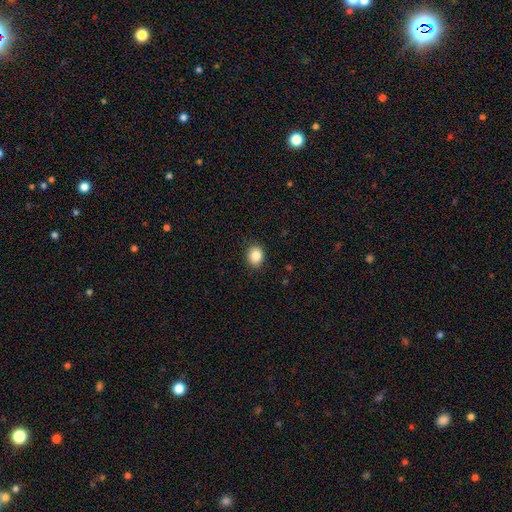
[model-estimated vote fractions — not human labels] smooth-or-featured: smooth: 87% | star or artifact: 9% | featured or disk: 4%
  how-rounded: round: 60% | in between: 39% | cigar-shaped: 1%
  merging: none: 86% | minor disturbance: 11% | major disturbance: 2% | merger: 1%